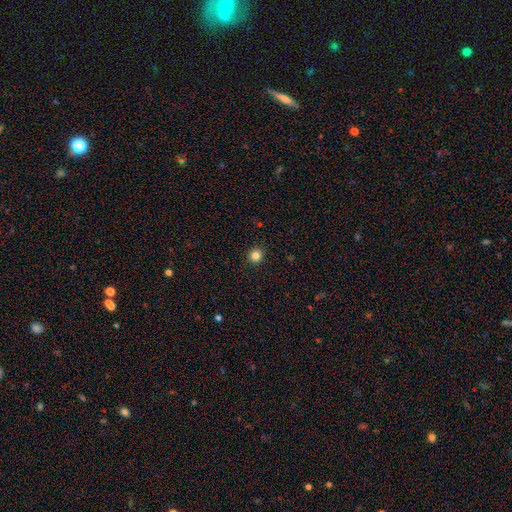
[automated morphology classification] Smooth or featured?
  - smooth: 84% *
  - star or artifact: 12%
  - featured or disk: 4%
How rounded?
  - round: 88% *
  - in between: 11%
  - cigar-shaped: 1%
Merging?
  - none: 92% *
  - minor disturbance: 6%
  - major disturbance: 2%
  - merger: 1%